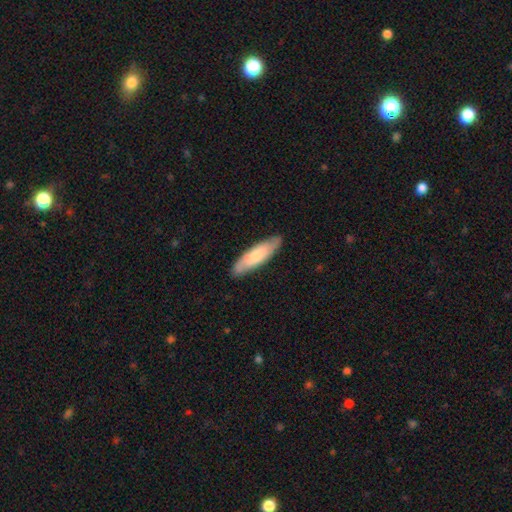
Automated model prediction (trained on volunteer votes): smooth 67%, featured or disk 28%, star or artifact 5%. Down the decision tree: how rounded — cigar-shaped (61%); merging — none (85%).